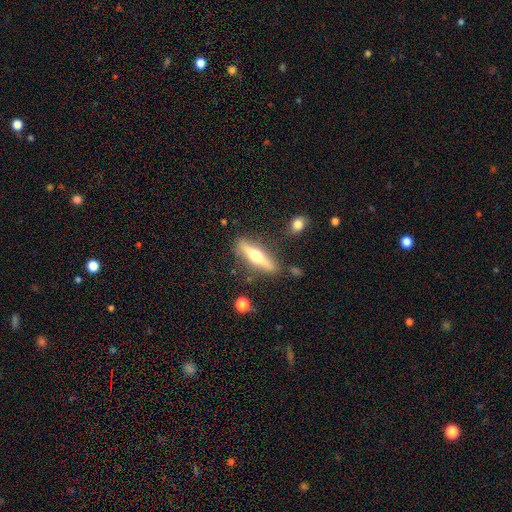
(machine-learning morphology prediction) Smooth or featured?
  - featured or disk: 59% *
  - smooth: 36%
  - star or artifact: 6%
Edge-on disk?
  - yes: 92% *
  - no: 8%
Edge-on bulge?
  - rounded: 94% *
  - boxy: 3%
  - none: 3%
Merging?
  - none: 82% *
  - minor disturbance: 11%
  - merger: 4%
  - major disturbance: 3%